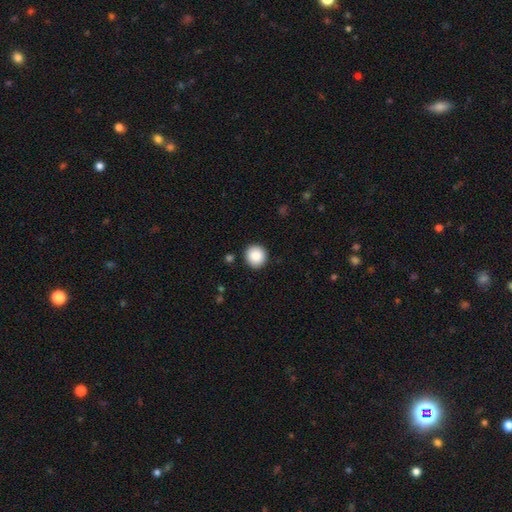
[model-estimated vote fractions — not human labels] Q: Smooth or featured?
A: smooth (87%); runner-up: star or artifact (8%)
Q: How rounded?
A: round (93%); runner-up: in between (6%)
Q: Merging?
A: none (91%); runner-up: minor disturbance (6%)